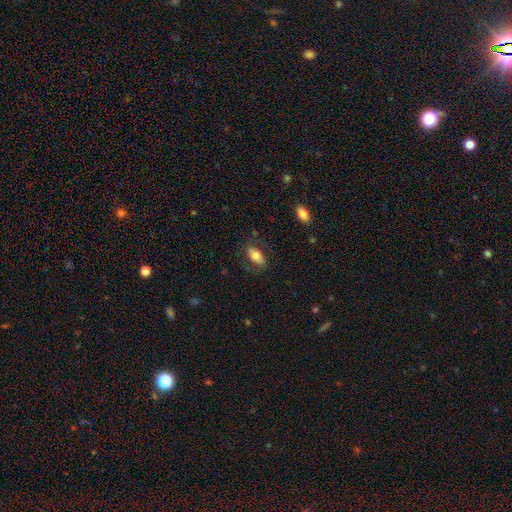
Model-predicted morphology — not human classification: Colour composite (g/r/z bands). It shows a smooth galaxy with no disk features (69%) that is in between round and cigar-shaped (90%). Merging: none (73%).